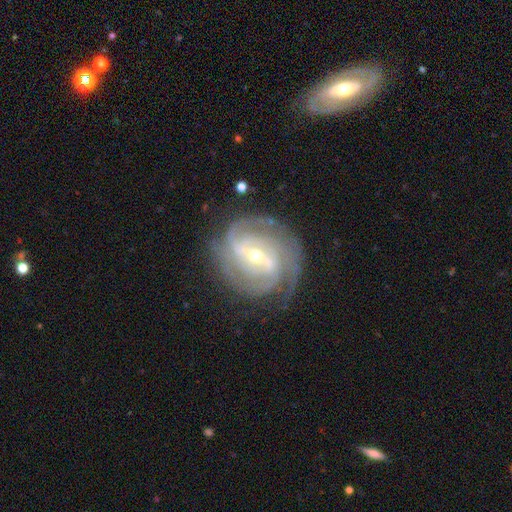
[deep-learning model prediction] Smooth or featured: featured or disk — 91% (star or artifact — 5%)
Edge-on disk: no — 97% (yes — 3%)
Bar: strong — 50% (weak — 38%)
Spiral arms: yes — 98% (no — 2%)
Spiral winding: tight — 61% (medium — 33%)
Spiral arm count: 3 — 33% (2 — 25%)
Bulge size: small — 57% (moderate — 40%)
Merging: none — 77% (minor disturbance — 15%)